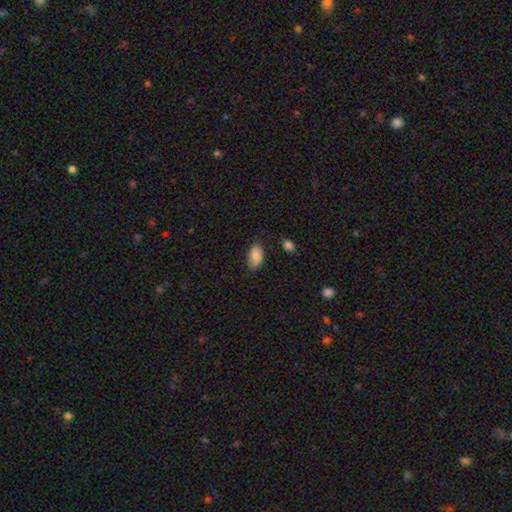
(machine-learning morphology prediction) The model was most divided on "merging": none: 79%, minor disturbance: 16%, major disturbance: 3%, merger: 2%. More confident: how rounded — in between (93%); smooth or featured — smooth (86%).